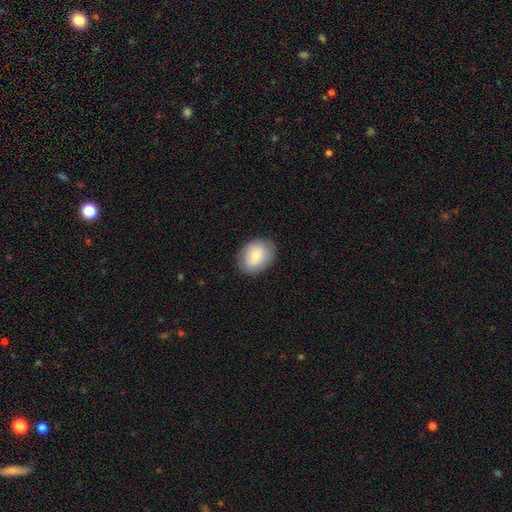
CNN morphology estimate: Overall: smooth (79%). How rounded: in between (63%; round 36%). Merging: none (84%).